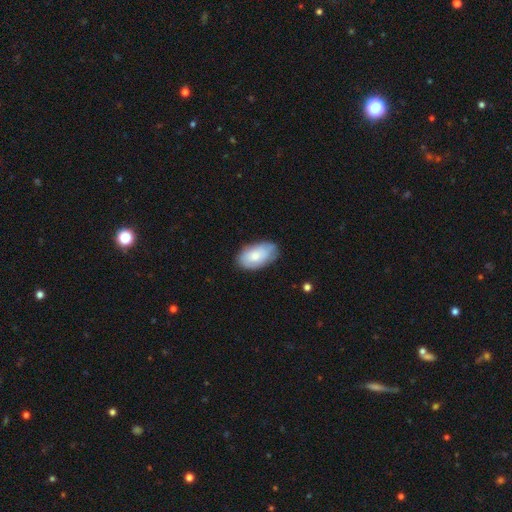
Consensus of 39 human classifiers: Smooth or featured? smooth (79%)
How rounded? in between (94%)
Merging? none (71%)